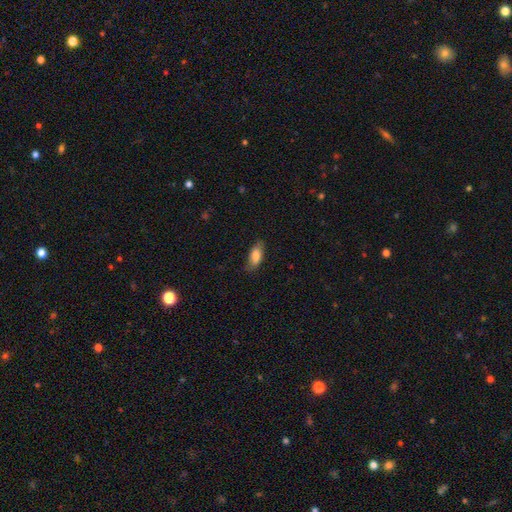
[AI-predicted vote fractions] Smooth or featured? Predicted: smooth (p=0.83). How rounded? Predicted: in between (p=0.83). Merging? Predicted: none (p=0.79).